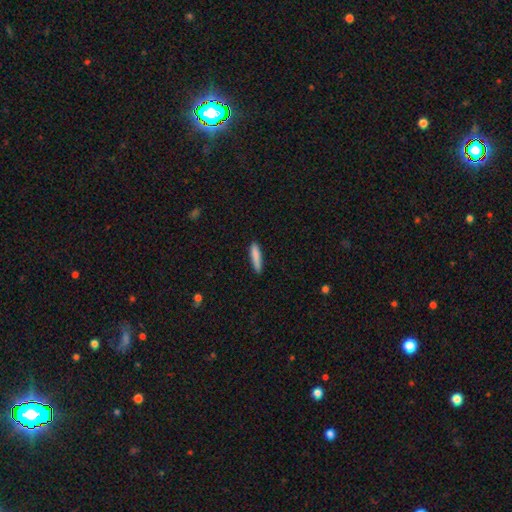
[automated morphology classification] smooth 85%, featured or disk 8%, star or artifact 6%. Down the decision tree: how rounded — cigar-shaped (84%); merging — none (84%).